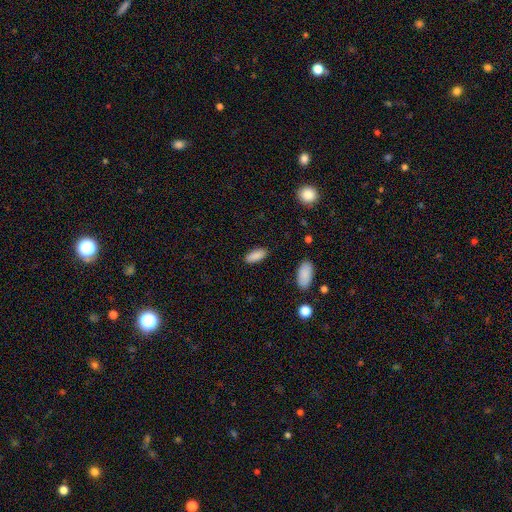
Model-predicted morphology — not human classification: smooth_or_featured: smooth (p=0.88) [alt: star or artifact p=0.07]
how_rounded: in between (p=0.78) [alt: cigar-shaped p=0.20]
merging: none (p=0.88) [alt: minor disturbance p=0.08]